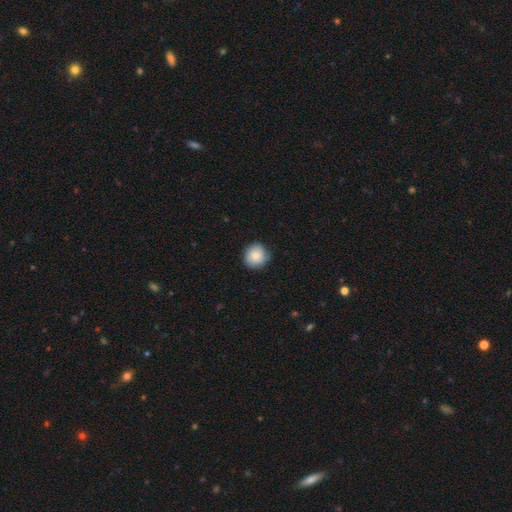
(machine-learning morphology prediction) The model was most divided on "merging": none: 79%, minor disturbance: 17%, major disturbance: 3%, merger: 1%. More confident: how rounded — round (86%); smooth or featured — smooth (79%).